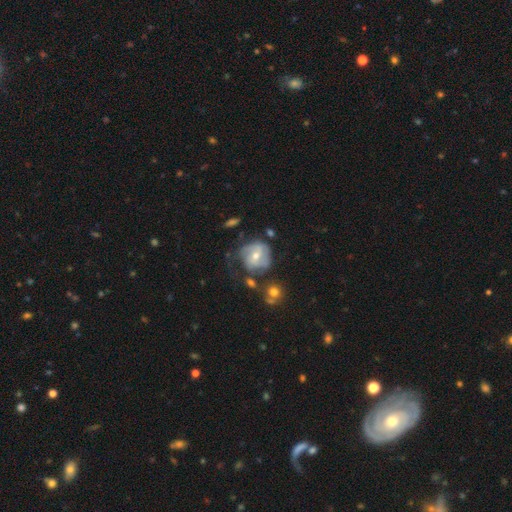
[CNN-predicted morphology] smooth_or_featured: featured or disk (p=0.60) [alt: smooth p=0.32]
disk_edge_on: no (p=0.96) [alt: yes p=0.04]
bar: no (p=0.42) [alt: weak p=0.41]
has_spiral_arms: yes (p=0.72) [alt: no p=0.28]
bulge_size: moderate (p=0.53) [alt: small p=0.43]
merging: none (p=0.45) [alt: minor disturbance p=0.26]